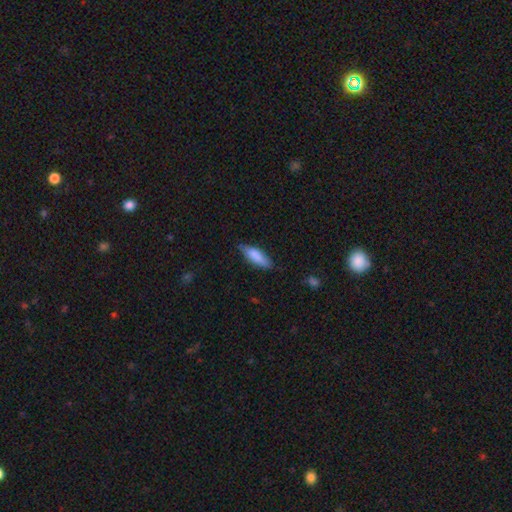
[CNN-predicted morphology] This appears to be a smooth galaxy with no disk features (81%) that is in between round and cigar-shaped (55%). Merging: none (73%).